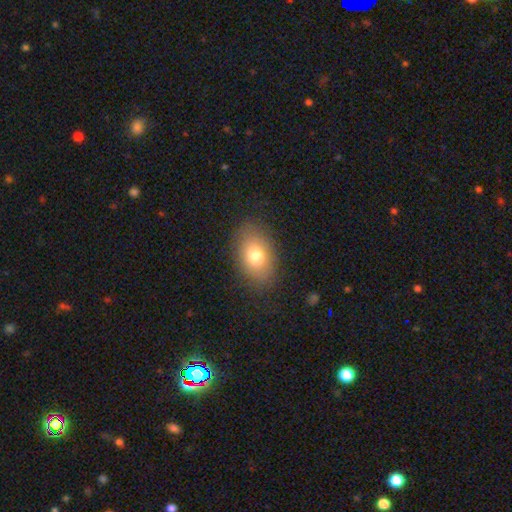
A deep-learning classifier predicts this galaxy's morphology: Smooth or featured? Predicted: smooth (p=0.75). How rounded? Predicted: in between (p=0.81). Merging? Predicted: none (p=0.84).